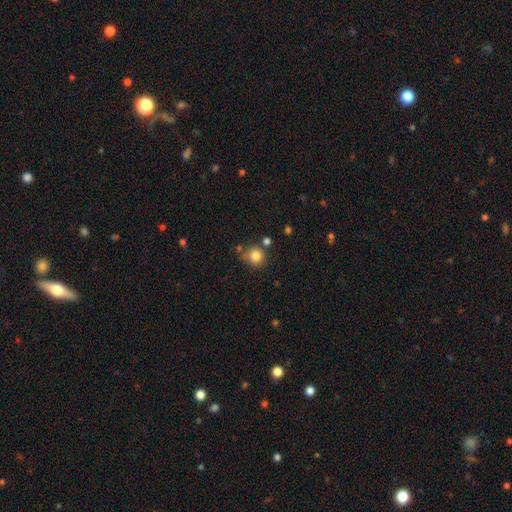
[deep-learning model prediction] Q: Smooth or featured?
A: smooth (82%); runner-up: star or artifact (11%)
Q: How rounded?
A: round (88%); runner-up: in between (11%)
Q: Merging?
A: none (71%); runner-up: minor disturbance (14%)